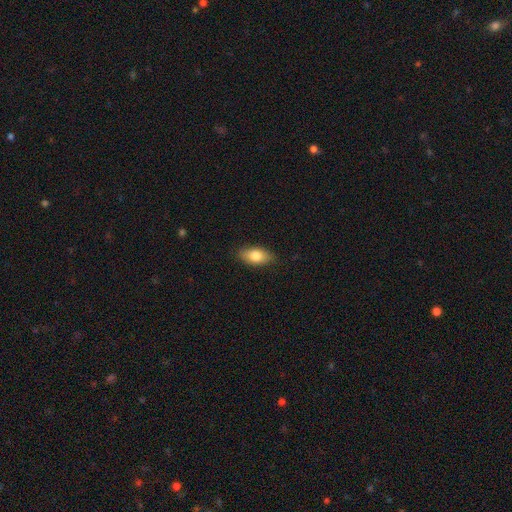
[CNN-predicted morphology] Smooth or featured? Predicted: smooth (p=0.81). How rounded? Predicted: in between (p=0.89). Merging? Predicted: none (p=0.85).